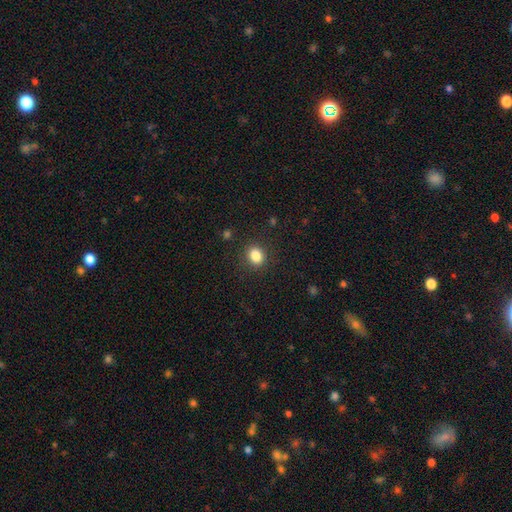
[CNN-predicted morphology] Smooth or featured? smooth (85%)
How rounded? round (57%)
Merging? none (88%)